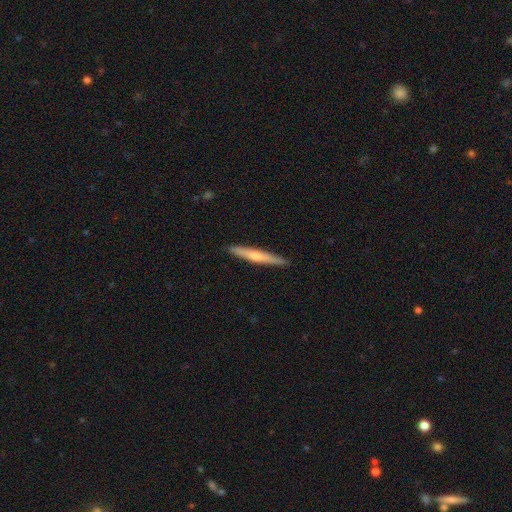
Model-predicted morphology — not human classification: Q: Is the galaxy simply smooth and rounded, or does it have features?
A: featured or disk — 58%.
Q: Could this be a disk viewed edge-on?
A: yes — 95%.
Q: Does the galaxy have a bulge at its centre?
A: rounded — 77%.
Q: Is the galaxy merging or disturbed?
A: none — 91%.